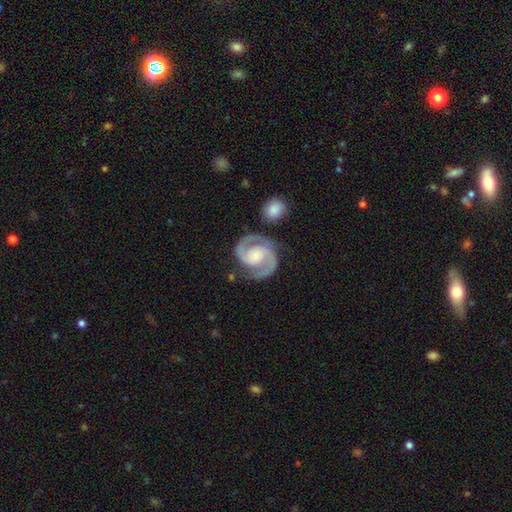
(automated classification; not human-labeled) smooth-or-featured: featured or disk: 92% | star or artifact: 4% | smooth: 4%
  disk-edge-on: no: 98% | yes: 2%
    bar: no: 54% | weak: 33% | strong: 12%
    has-spiral-arms: yes: 98% | no: 2%
      spiral-winding: medium: 53% | tight: 39% | loose: 7%
      spiral-arm-count: 2: 94% | can't tell: 2% | 3: 1% | 1: 1% | 4: 1% | more than 4: 1%
    bulge-size: small: 43% | moderate: 37% | none: 9% | large: 8% | dominant: 2%
  merging: none: 79% | minor disturbance: 13% | major disturbance: 5% | merger: 4%